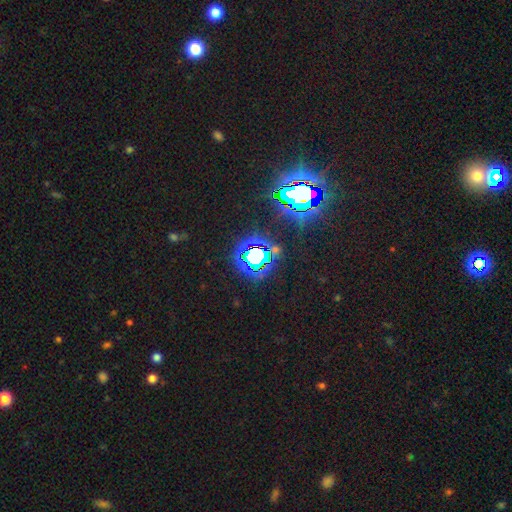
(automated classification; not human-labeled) Q: Smooth or featured?
A: star or artifact (73%); runner-up: smooth (17%)